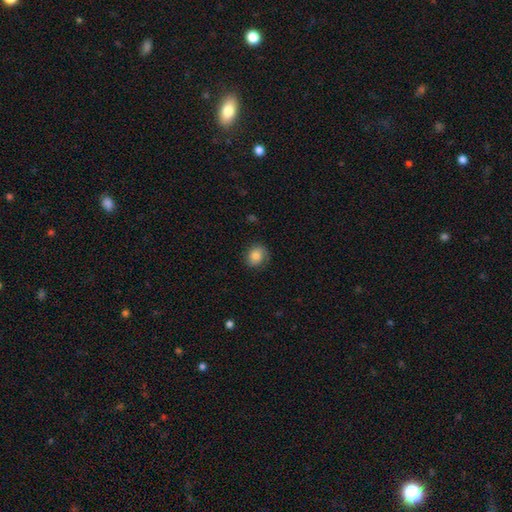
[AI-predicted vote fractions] Morphology: type=smooth (73%); roundness=round (72%); merging=none (74%).